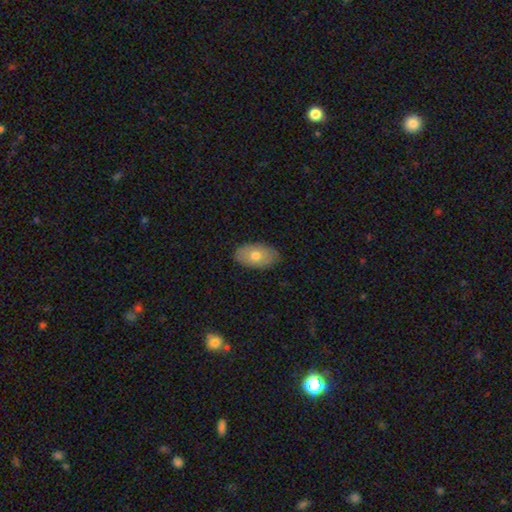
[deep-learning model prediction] Smooth or featured? Predicted: smooth (p=0.69). How rounded? Predicted: in between (p=0.93). Merging? Predicted: none (p=0.84).